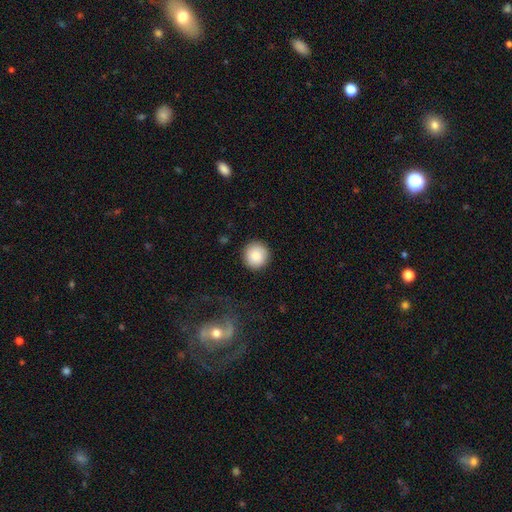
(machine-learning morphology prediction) smooth_or_featured: smooth (p=0.85) [alt: star or artifact p=0.08]
how_rounded: round (p=0.95) [alt: in between p=0.04]
merging: none (p=0.91) [alt: minor disturbance p=0.06]